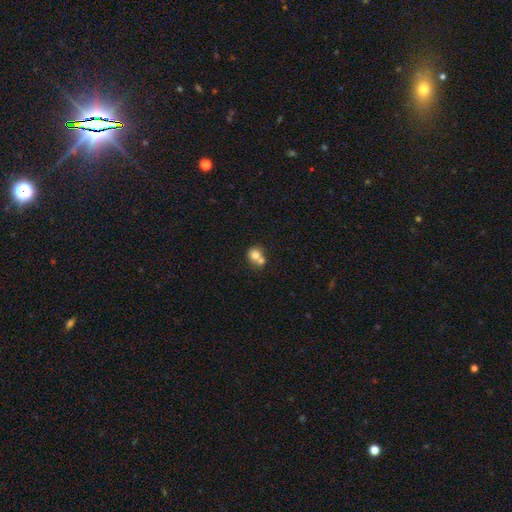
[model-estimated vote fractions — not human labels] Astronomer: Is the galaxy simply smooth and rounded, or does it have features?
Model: smooth — 75%.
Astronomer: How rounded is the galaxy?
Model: round — 77%.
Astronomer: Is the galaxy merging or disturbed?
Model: merger — 56% (runner-up: none, 33%).